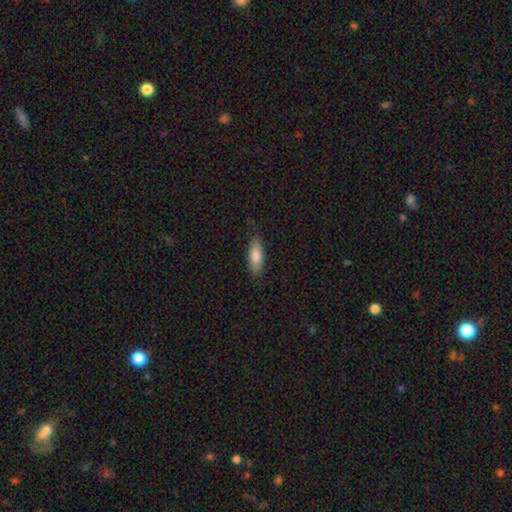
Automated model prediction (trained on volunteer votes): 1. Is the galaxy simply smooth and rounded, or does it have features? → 83% smooth, 11% featured or disk, 6% star or artifact.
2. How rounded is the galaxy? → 58% in between, 40% cigar-shaped, 2% round.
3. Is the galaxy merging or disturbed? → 81% none, 15% minor disturbance, 3% major disturbance, 1% merger.